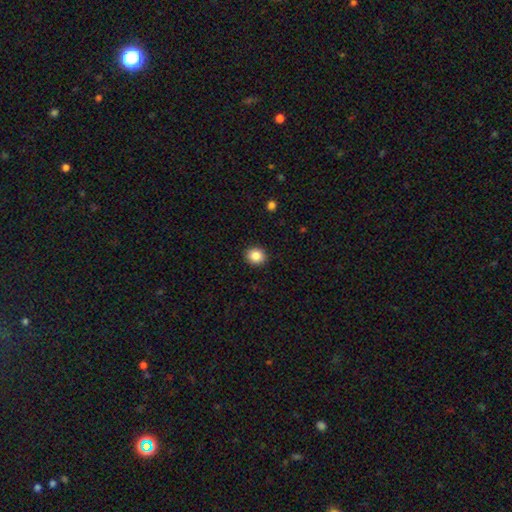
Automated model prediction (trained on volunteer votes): Overall: smooth (86%). How rounded: round (70%). Merging: none (91%).